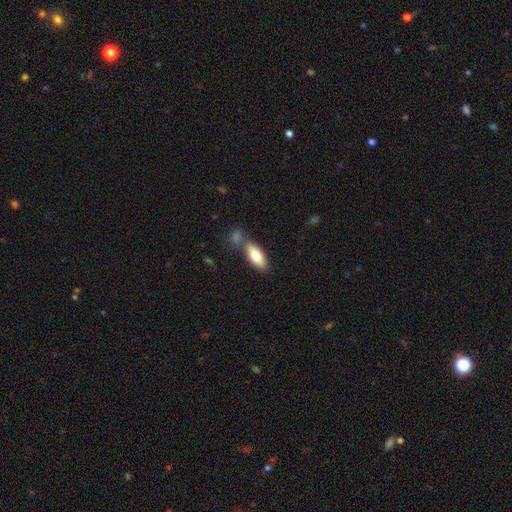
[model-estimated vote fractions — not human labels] smooth_or_featured: smooth (p=0.76) [alt: featured or disk p=0.18]
how_rounded: in between (p=0.82) [alt: cigar-shaped p=0.16]
merging: none (p=0.63) [alt: merger p=0.18]